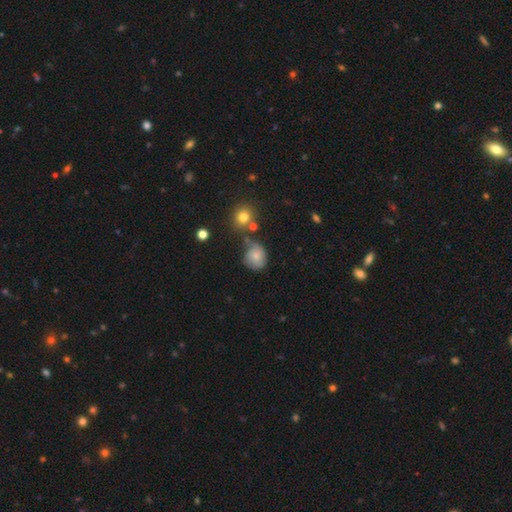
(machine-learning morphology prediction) The model was most divided on "merging": none: 52%, minor disturbance: 30%, major disturbance: 11%, merger: 8%. More confident: how rounded — round (74%); smooth or featured — smooth (72%).